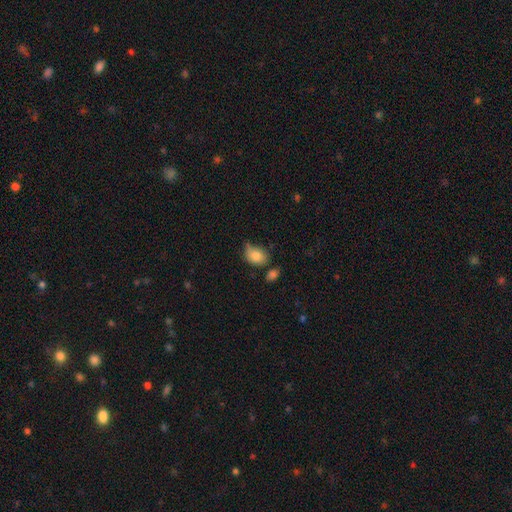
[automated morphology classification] Smooth or featured? Predicted: smooth (p=0.81). How rounded? Predicted: in between (p=0.70). Merging? Predicted: none (p=0.45).